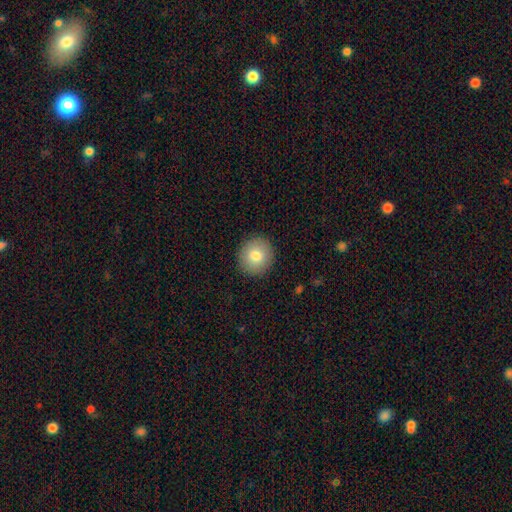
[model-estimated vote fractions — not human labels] The model was most divided on "smooth or featured": smooth: 81%, featured or disk: 11%, star or artifact: 8%. More confident: merging — none (91%); how rounded — round (90%).